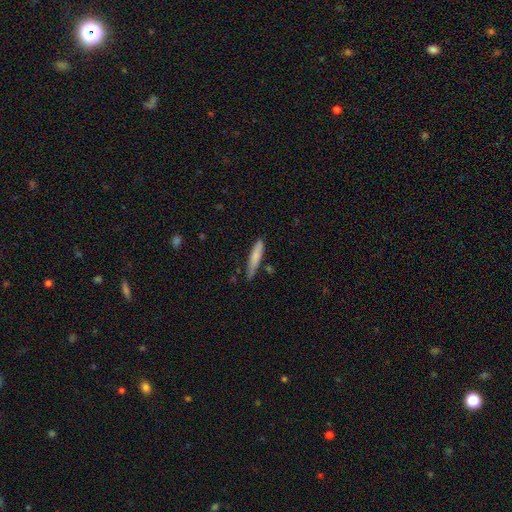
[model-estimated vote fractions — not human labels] smooth-or-featured: smooth: 74% | featured or disk: 20% | star or artifact: 6%
  how-rounded: cigar-shaped: 88% | in between: 11% | round: 1%
  merging: none: 71% | minor disturbance: 22% | merger: 4% | major disturbance: 3%